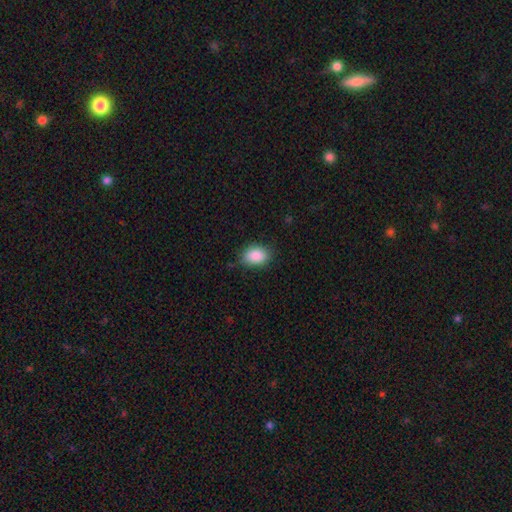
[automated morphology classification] Q: Smooth or featured?
A: smooth (89%); runner-up: star or artifact (8%)
Q: How rounded?
A: in between (81%); runner-up: round (18%)
Q: Merging?
A: none (79%); runner-up: minor disturbance (16%)